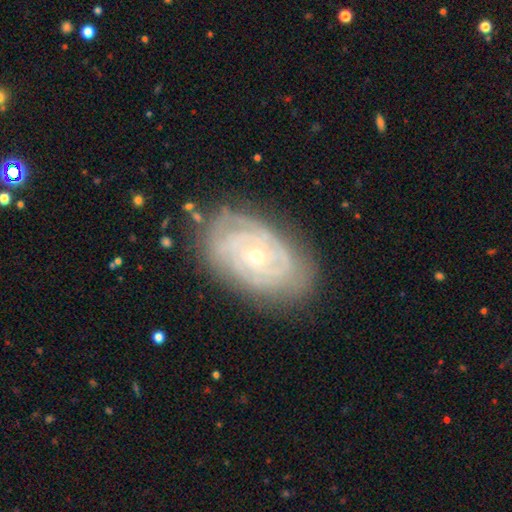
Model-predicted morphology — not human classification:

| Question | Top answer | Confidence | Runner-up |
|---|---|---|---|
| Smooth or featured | featured or disk | 84% | smooth (10%) |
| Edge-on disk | no | 95% | yes (5%) |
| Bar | no | 73% | weak (20%) |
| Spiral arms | yes | 92% | no (8%) |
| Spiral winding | tight | 77% | medium (18%) |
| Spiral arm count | can't tell | 36% | 2 (21%) |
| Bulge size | small | 64% | moderate (33%) |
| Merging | none | 78% | minor disturbance (16%) |